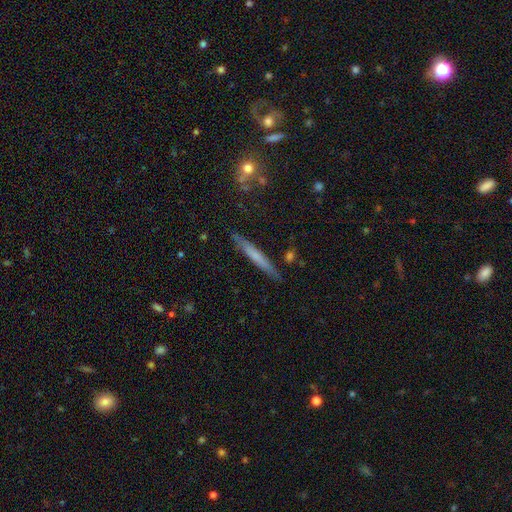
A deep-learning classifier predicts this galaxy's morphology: smooth-or-featured: smooth: 55% | featured or disk: 39% | star or artifact: 6%
  how-rounded: cigar-shaped: 96% | in between: 3% | round: 2%
  merging: none: 87% | minor disturbance: 10% | major disturbance: 2% | merger: 2%